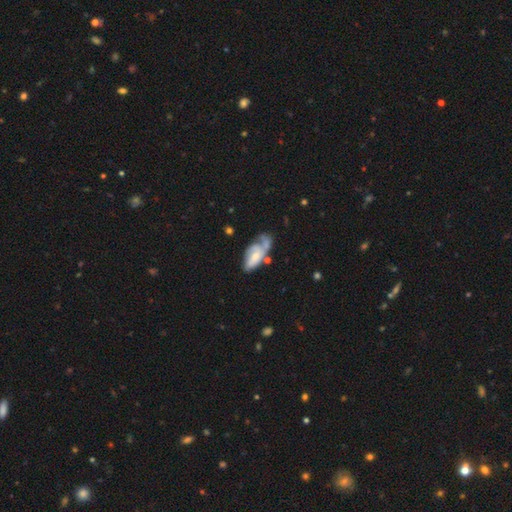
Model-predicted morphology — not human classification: A featured or disk galaxy (55%) with no bar (67%), spiral arms (76%) and a small central bulge (46%). Merging: none (33%).